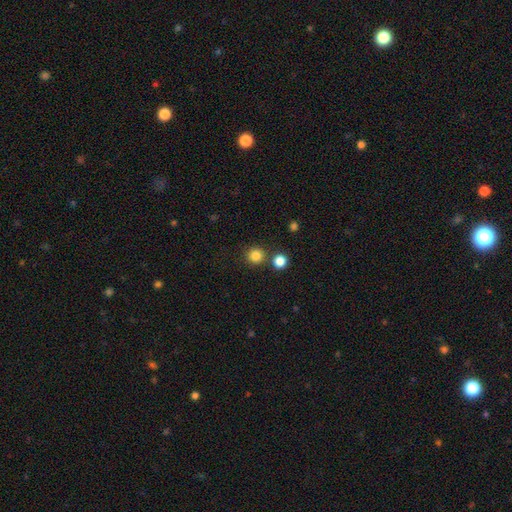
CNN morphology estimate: This appears to be a smooth galaxy with no disk features (84%) that is round (93%). Merging: none (79%).